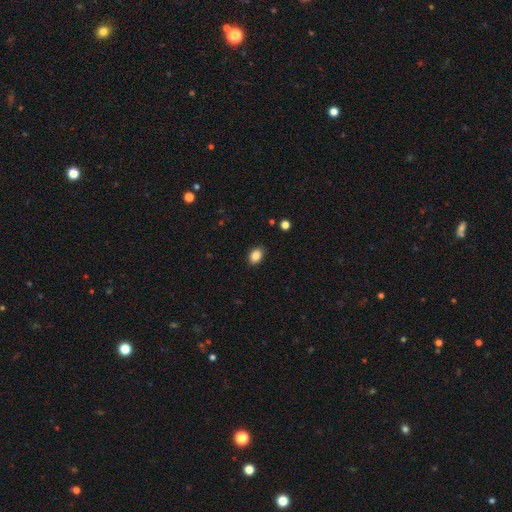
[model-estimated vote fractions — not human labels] Smooth or featured: smooth — 87% (star or artifact — 9%)
How rounded: in between — 75% (round — 24%)
Merging: none — 88% (minor disturbance — 9%)